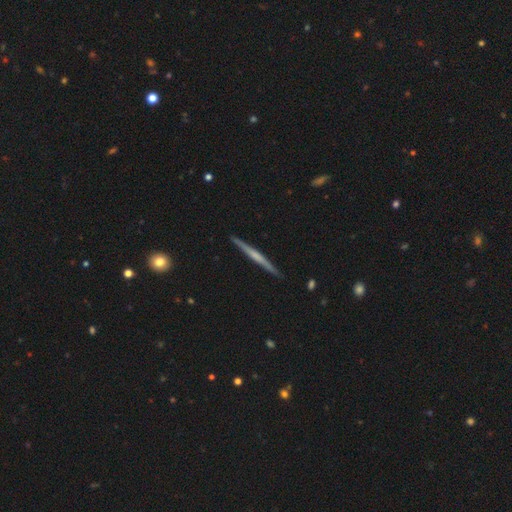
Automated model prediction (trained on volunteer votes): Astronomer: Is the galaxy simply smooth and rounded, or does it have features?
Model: featured or disk — 67%.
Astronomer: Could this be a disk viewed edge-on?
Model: yes — 98%.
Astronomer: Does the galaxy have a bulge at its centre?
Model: none — 49% (runner-up: rounded, 36%).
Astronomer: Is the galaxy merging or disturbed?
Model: none — 91%.